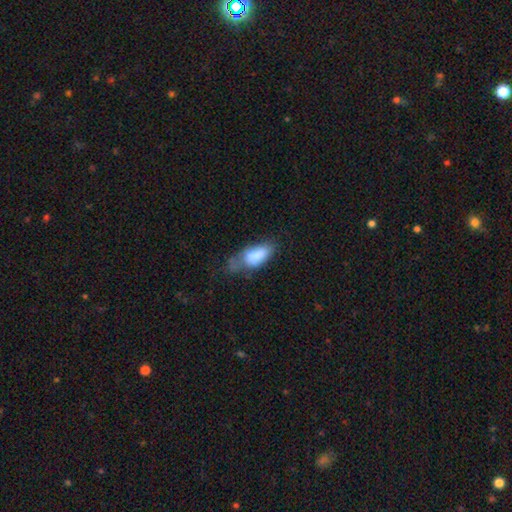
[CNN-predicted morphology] Smooth or featured: smooth — 75% (featured or disk — 16%)
How rounded: in between — 87% (cigar-shaped — 10%)
Merging: minor disturbance — 33% (major disturbance — 31%)